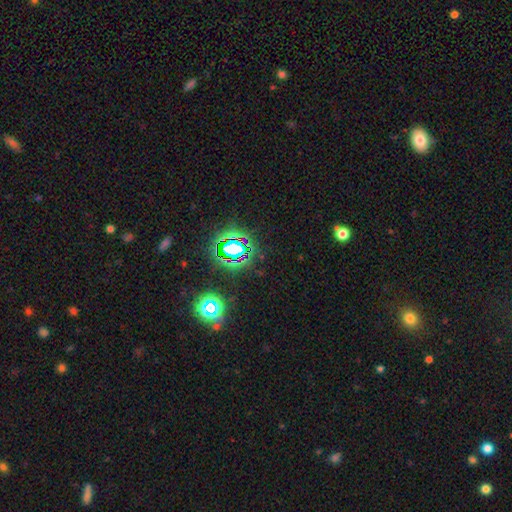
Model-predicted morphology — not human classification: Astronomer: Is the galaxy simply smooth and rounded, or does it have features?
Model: star or artifact — 77%.